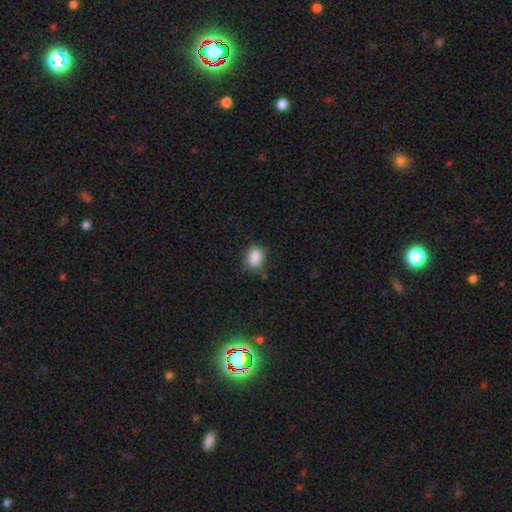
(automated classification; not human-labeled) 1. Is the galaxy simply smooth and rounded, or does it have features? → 87% smooth, 9% star or artifact, 4% featured or disk.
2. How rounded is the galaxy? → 74% in between, 24% round, 2% cigar-shaped.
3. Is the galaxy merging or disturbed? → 72% none, 21% minor disturbance, 5% major disturbance, 2% merger.